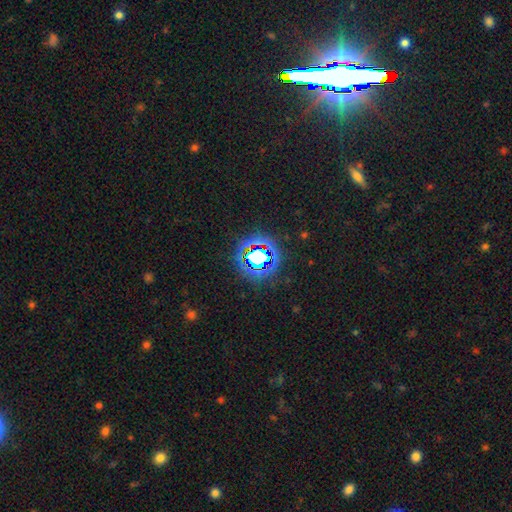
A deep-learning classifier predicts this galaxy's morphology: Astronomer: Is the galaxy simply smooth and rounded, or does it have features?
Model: star or artifact — 67%.